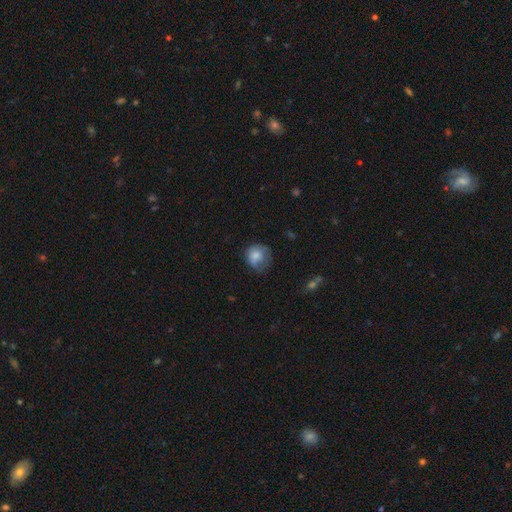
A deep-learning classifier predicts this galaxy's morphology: Smooth or featured: smooth — 77% (featured or disk — 14%)
How rounded: round — 78% (in between — 21%)
Merging: none — 45% (minor disturbance — 34%)